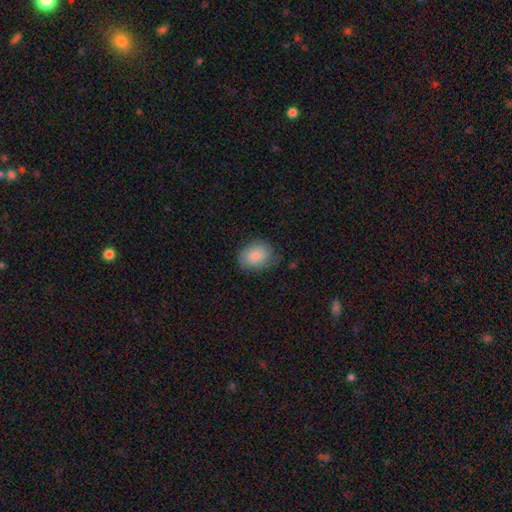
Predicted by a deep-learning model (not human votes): This appears to be a smooth galaxy with no disk features (78%) that is in between round and cigar-shaped (61%). Merging: none (64%).